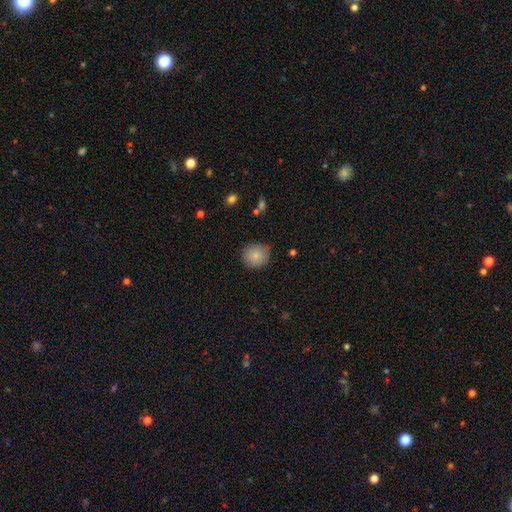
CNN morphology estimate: Overall: smooth (84%). How rounded: round (87%). Merging: none (83%).